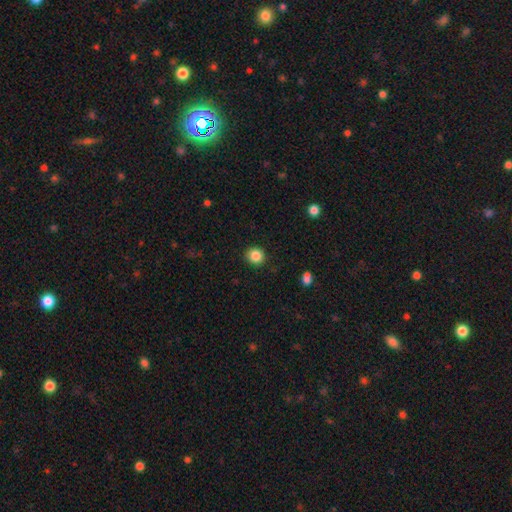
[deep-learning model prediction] smooth_or_featured: smooth (p=0.87) [alt: star or artifact p=0.10]
how_rounded: round (p=0.87) [alt: in between p=0.12]
merging: none (p=0.90) [alt: minor disturbance p=0.07]